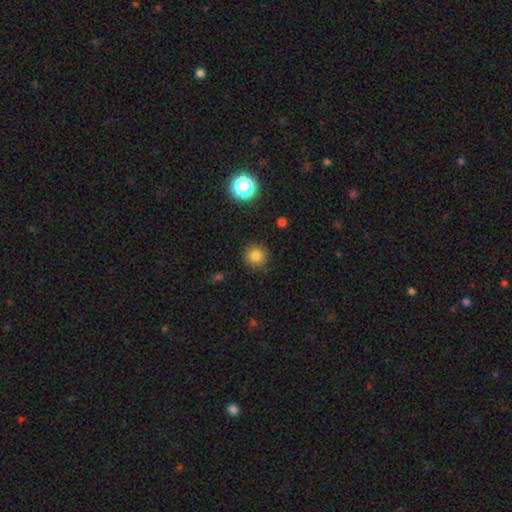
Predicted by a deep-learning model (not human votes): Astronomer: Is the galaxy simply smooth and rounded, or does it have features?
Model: smooth — 81%.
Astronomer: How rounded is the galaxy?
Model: round — 93%.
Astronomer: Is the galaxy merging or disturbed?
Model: none — 89%.